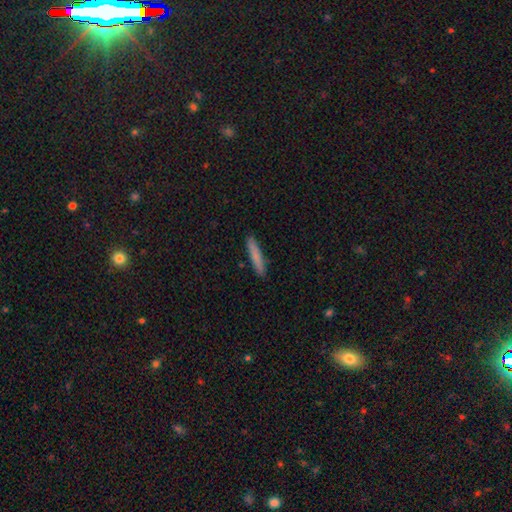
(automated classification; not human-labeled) This is clearly a smooth galaxy (81%). How rounded: clearly cigar-shaped (94%). Merging: clearly none (90%).